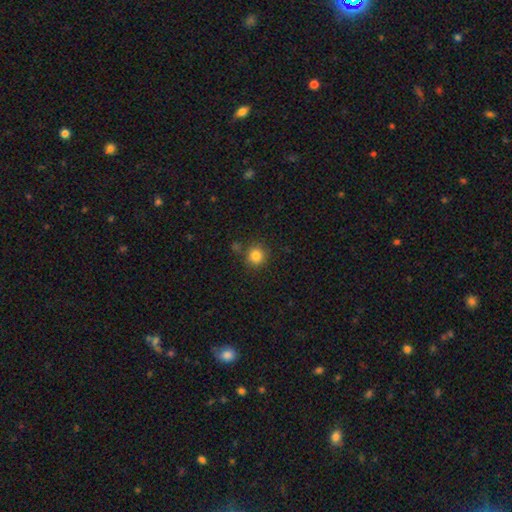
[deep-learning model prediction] Smooth or featured?
  - smooth: 83% *
  - star or artifact: 12%
  - featured or disk: 5%
How rounded?
  - round: 91% *
  - in between: 8%
  - cigar-shaped: 1%
Merging?
  - none: 82% *
  - minor disturbance: 9%
  - merger: 6%
  - major disturbance: 3%